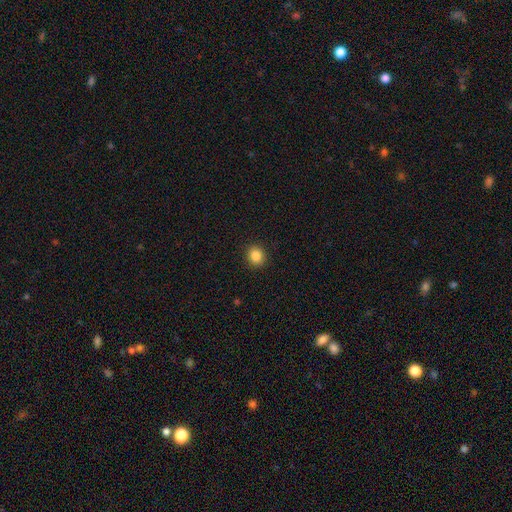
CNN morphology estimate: smooth_or_featured: smooth (p=0.85) [alt: star or artifact p=0.11]
how_rounded: round (p=0.83) [alt: in between p=0.16]
merging: none (p=0.92) [alt: minor disturbance p=0.05]